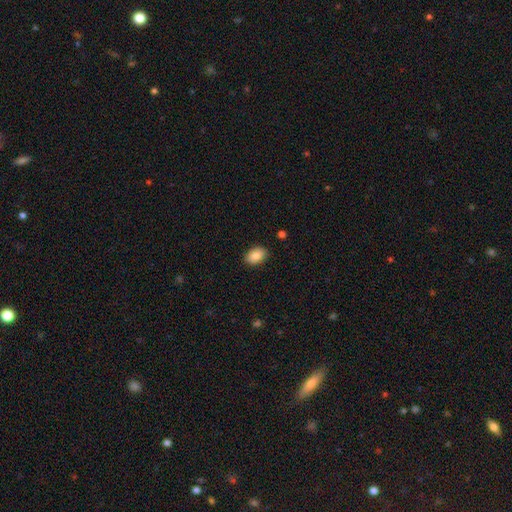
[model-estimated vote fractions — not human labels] Smooth or featured: smooth — 87% (star or artifact — 7%)
How rounded: in between — 88% (round — 11%)
Merging: none — 88% (minor disturbance — 9%)